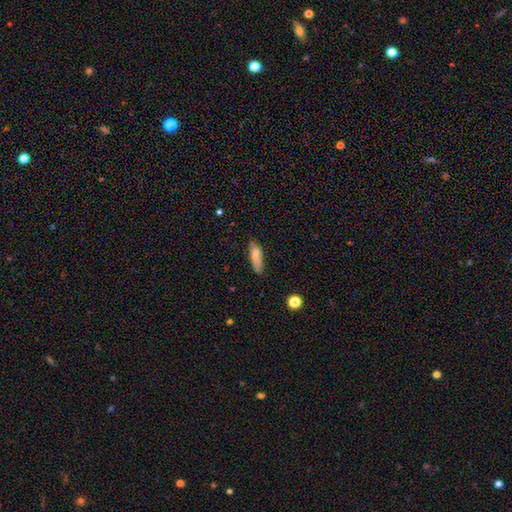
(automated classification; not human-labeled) This is likely a smooth galaxy (80%). How rounded: possibly cigar-shaped (53%). Merging: likely none (66%).